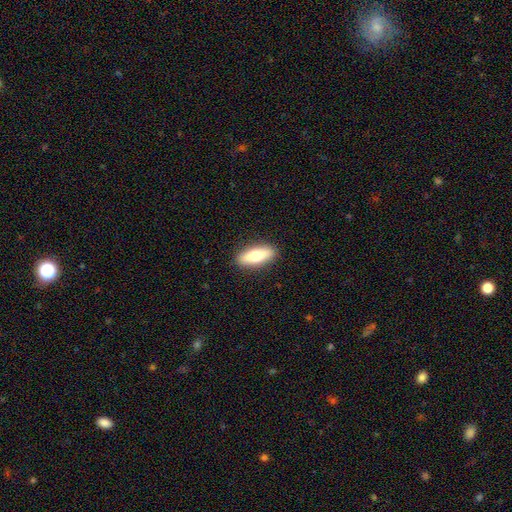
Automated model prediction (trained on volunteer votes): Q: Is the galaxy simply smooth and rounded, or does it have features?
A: smooth — 69%.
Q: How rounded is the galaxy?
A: in between — 66%.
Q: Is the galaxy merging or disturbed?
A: none — 90%.